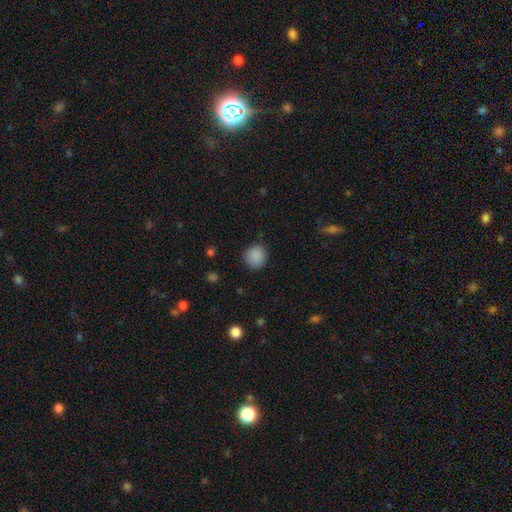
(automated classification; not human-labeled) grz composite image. It shows a smooth galaxy with no disk features (87%) that is round (90%). Merging: none (85%).